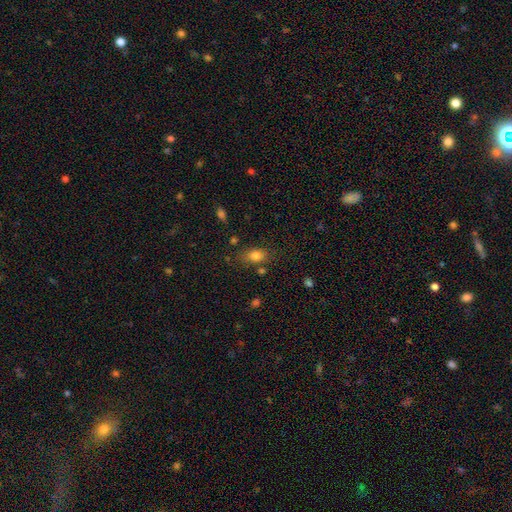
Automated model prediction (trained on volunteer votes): A smooth galaxy with no disk features (81%) that is in between round and cigar-shaped (79%). Merging: none (72%).